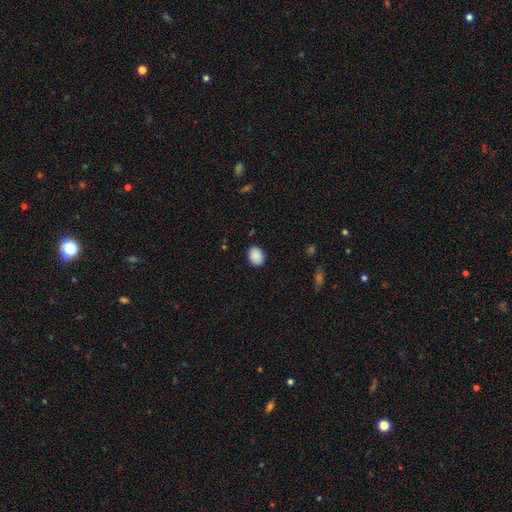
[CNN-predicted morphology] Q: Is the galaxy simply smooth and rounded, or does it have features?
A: smooth — 90%.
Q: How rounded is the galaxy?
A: in between — 58%.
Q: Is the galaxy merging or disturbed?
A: none — 89%.